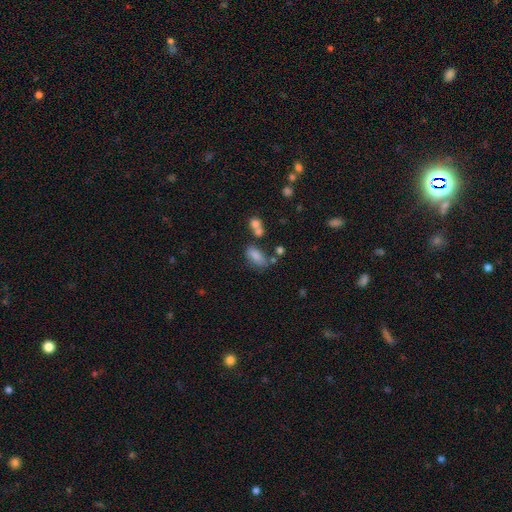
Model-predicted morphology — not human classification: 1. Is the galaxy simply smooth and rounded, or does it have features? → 79% smooth, 11% featured or disk, 10% star or artifact.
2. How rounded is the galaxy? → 87% in between, 7% cigar-shaped, 5% round.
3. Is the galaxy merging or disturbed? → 52% none, 20% merger, 20% minor disturbance, 9% major disturbance.